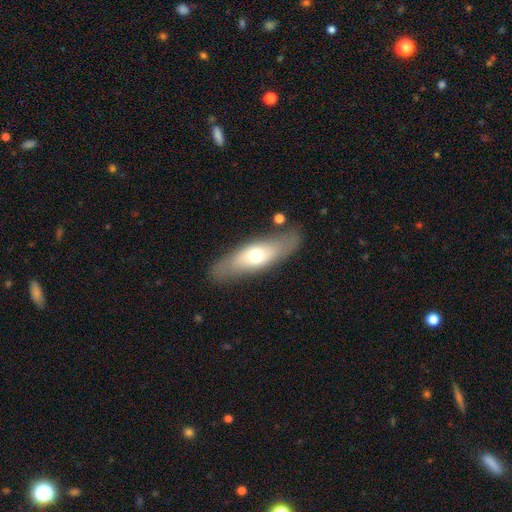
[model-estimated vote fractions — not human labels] Smooth or featured? Predicted: smooth (p=0.53). How rounded? Predicted: in between (p=0.55). Merging? Predicted: none (p=0.81).